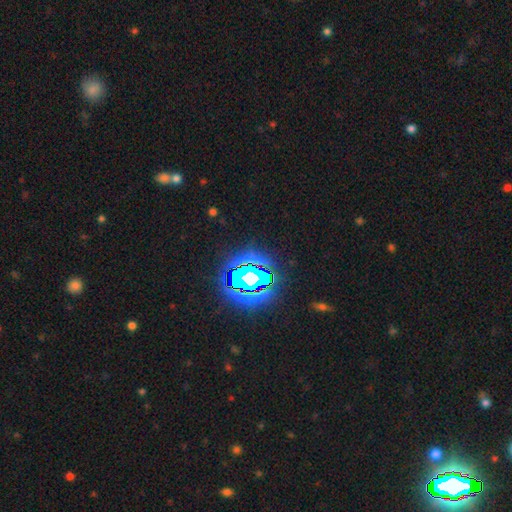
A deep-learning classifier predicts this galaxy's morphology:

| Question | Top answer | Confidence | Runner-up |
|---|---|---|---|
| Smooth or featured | star or artifact | 81% | smooth (11%) |